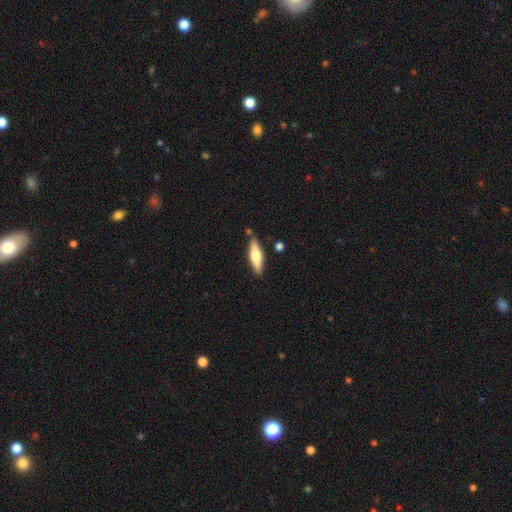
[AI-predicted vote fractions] This appears to be a featured or disk galaxy (48%). Merging: none (83%).